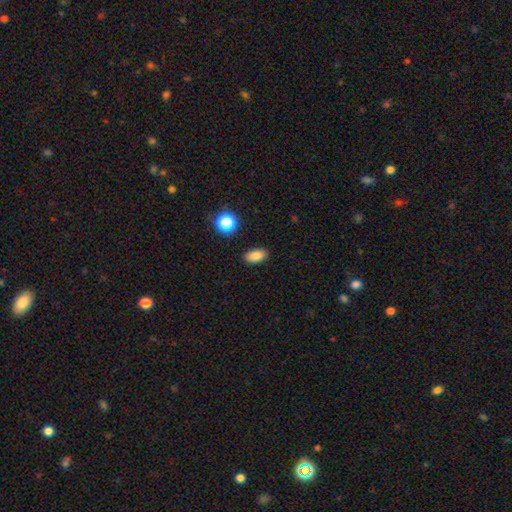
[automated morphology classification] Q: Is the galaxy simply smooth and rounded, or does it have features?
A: smooth — 84%.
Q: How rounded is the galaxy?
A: in between — 89%.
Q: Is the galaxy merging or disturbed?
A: none — 88%.